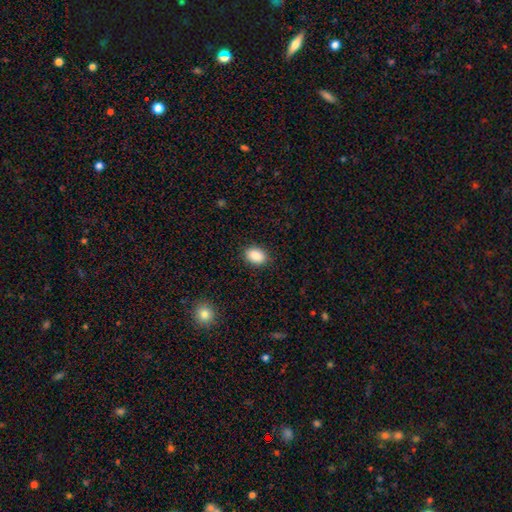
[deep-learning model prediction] smooth_or_featured: smooth (p=0.89) [alt: star or artifact p=0.08]
how_rounded: in between (p=0.78) [alt: round p=0.21]
merging: none (p=0.88) [alt: minor disturbance p=0.08]